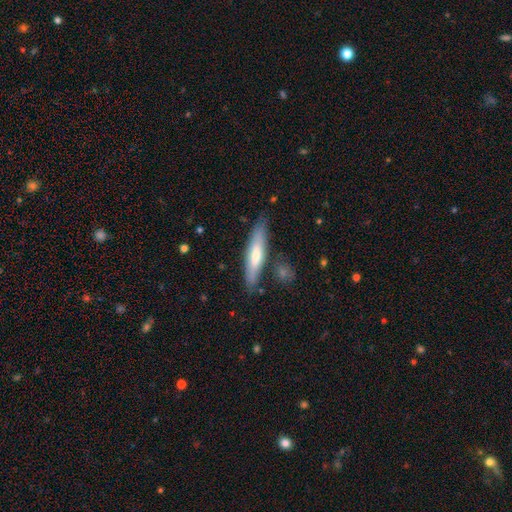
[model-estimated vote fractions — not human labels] smooth_or_featured: smooth (p=0.56) [alt: featured or disk p=0.38]
how_rounded: cigar-shaped (p=0.81) [alt: in between p=0.18]
merging: none (p=0.81) [alt: minor disturbance p=0.13]